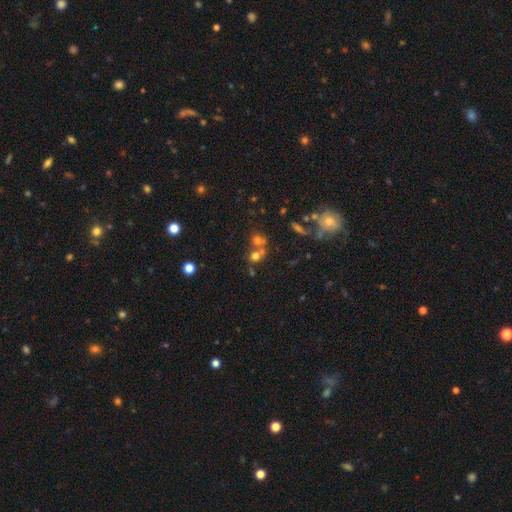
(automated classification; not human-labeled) This is likely a smooth galaxy (62%). How rounded: likely round (71%). Merging: possibly merger (50%).